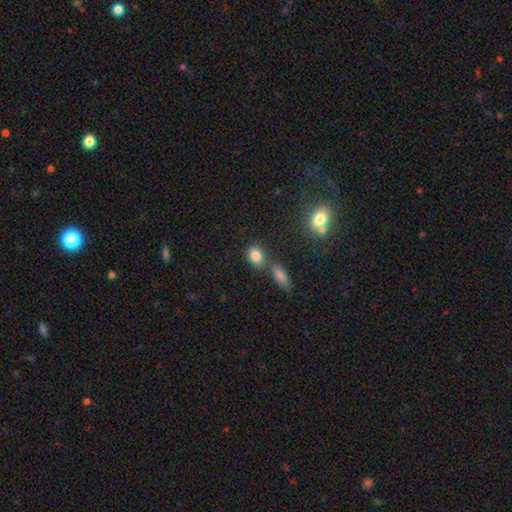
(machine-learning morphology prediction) This appears to be a smooth galaxy with no disk features (83%) that is in between round and cigar-shaped (70%). Merging: none (59%).